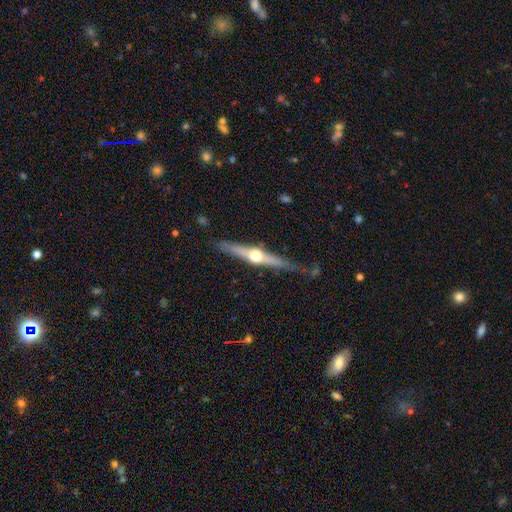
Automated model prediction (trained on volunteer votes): Overall: featured or disk (74%). Edge-on disk: yes (97%). Edge-on bulge: rounded (95%). Merging: none (82%).